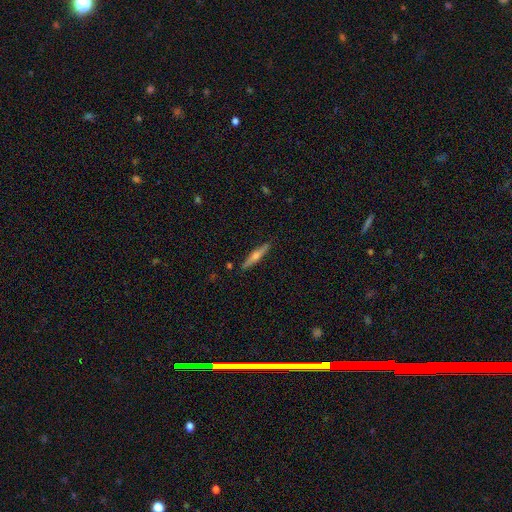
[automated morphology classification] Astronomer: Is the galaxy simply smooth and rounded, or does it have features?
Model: featured or disk — 61%.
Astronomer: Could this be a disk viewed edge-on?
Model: yes — 97%.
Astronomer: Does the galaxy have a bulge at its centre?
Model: rounded — 88%.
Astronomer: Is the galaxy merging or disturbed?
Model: none — 90%.